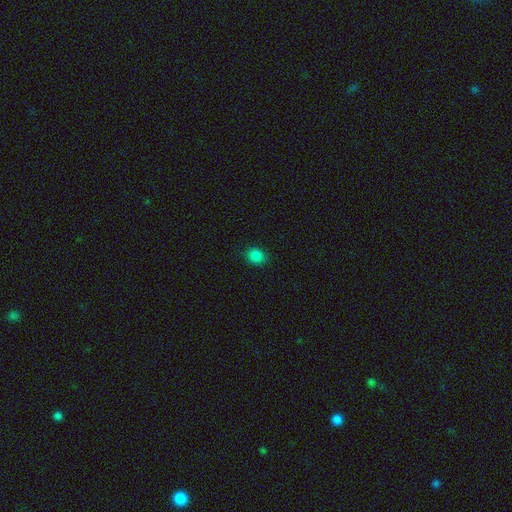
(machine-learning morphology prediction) This appears to be a smooth galaxy with no disk features (84%) that is round (62%). Merging: none (88%).